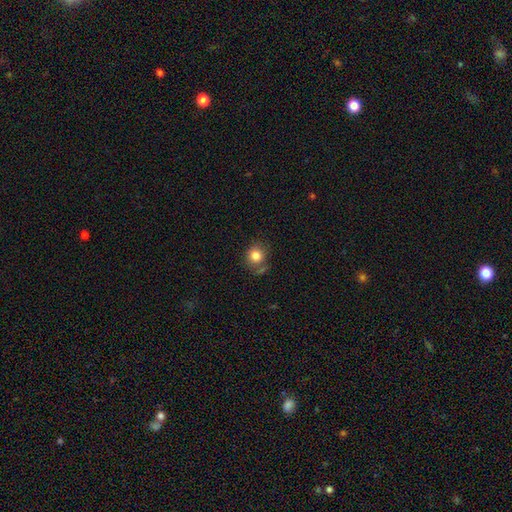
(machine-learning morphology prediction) Smooth or featured? smooth (83%)
How rounded? round (81%)
Merging? none (65%)